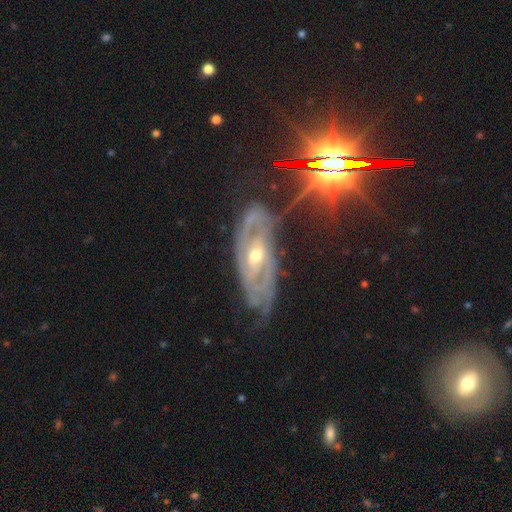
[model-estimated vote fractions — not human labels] Smooth or featured: featured or disk — 85% (smooth — 8%)
Edge-on disk: no — 89% (yes — 11%)
Bar: no — 46% (weak — 36%)
Spiral arms: yes — 92% (no — 8%)
Spiral winding: tight — 63% (medium — 29%)
Spiral arm count: 2 — 39% (can't tell — 35%)
Bulge size: moderate — 57% (small — 40%)
Merging: none — 65% (minor disturbance — 22%)